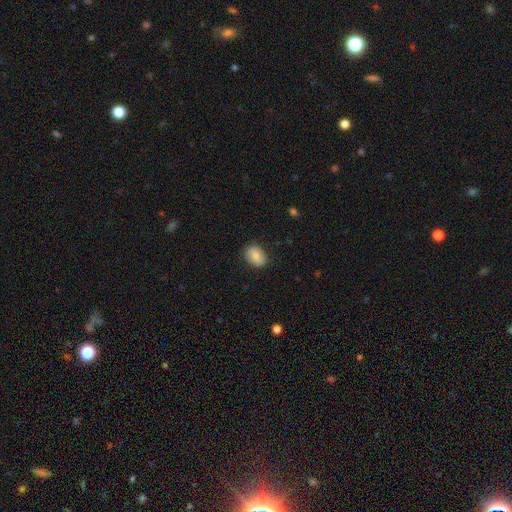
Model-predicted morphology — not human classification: Smooth or featured? smooth (79%)
How rounded? in between (76%)
Merging? none (82%)